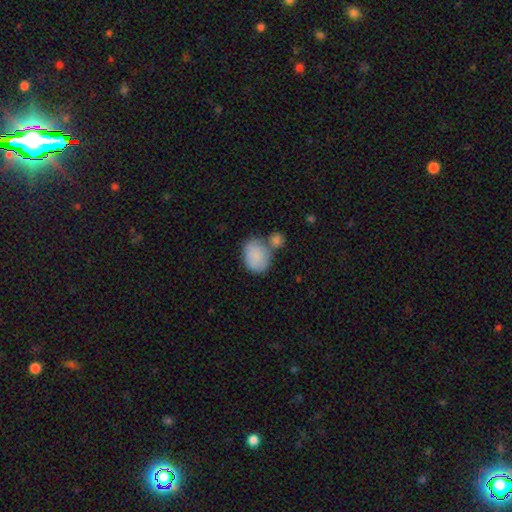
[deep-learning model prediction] This appears to be a smooth galaxy with no disk features (84%) that is in between round and cigar-shaped (70%). Merging: none (43%).